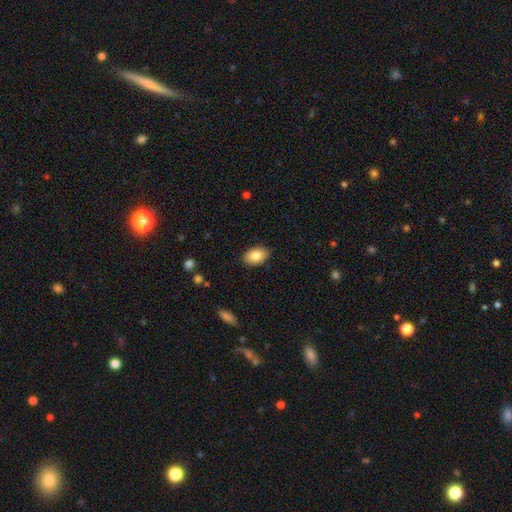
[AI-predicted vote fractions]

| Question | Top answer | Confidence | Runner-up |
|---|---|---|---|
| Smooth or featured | smooth | 85% | featured or disk (8%) |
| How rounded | in between | 90% | round (9%) |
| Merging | none | 87% | minor disturbance (10%) |